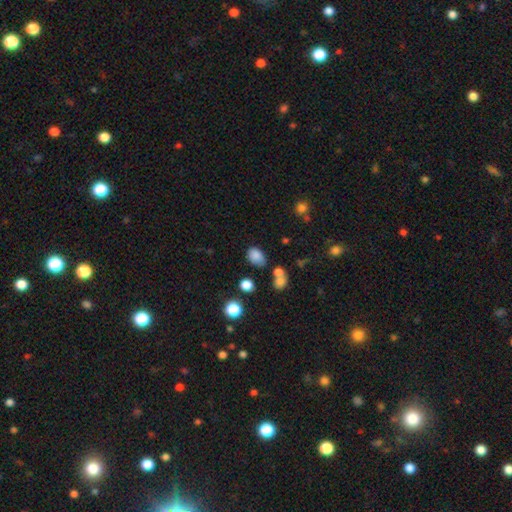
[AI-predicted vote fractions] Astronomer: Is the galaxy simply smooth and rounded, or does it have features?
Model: smooth — 81%.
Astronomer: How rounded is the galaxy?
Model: in between — 78%.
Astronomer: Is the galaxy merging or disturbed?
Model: none — 61%.